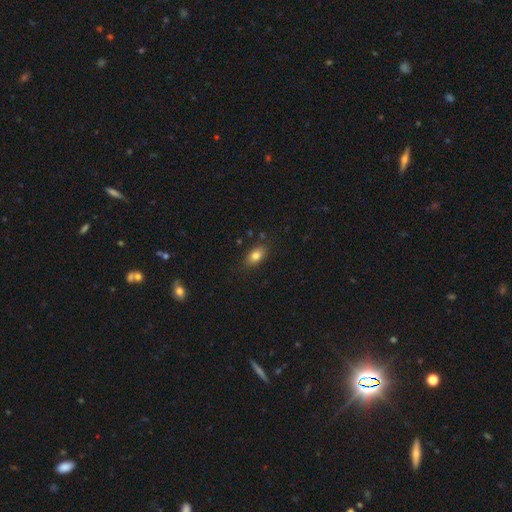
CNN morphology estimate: Smooth or featured?
  - smooth: 81% *
  - featured or disk: 10%
  - star or artifact: 9%
How rounded?
  - in between: 87% *
  - round: 8%
  - cigar-shaped: 4%
Merging?
  - none: 84% *
  - minor disturbance: 12%
  - major disturbance: 3%
  - merger: 2%